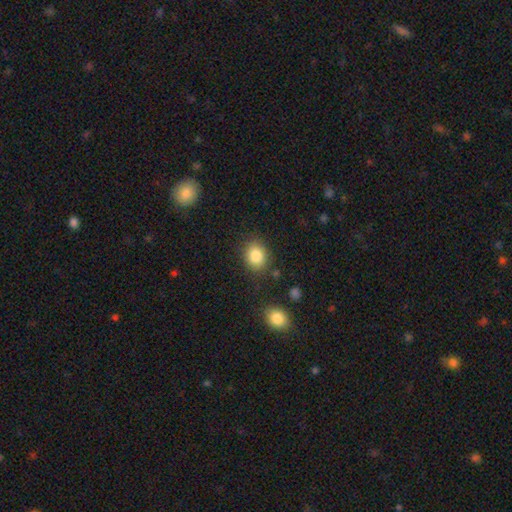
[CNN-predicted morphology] Smooth or featured?
  - smooth: 85% *
  - star or artifact: 9%
  - featured or disk: 6%
How rounded?
  - round: 50% *
  - in between: 49%
  - cigar-shaped: 1%
Merging?
  - none: 83% *
  - minor disturbance: 11%
  - major disturbance: 3%
  - merger: 3%